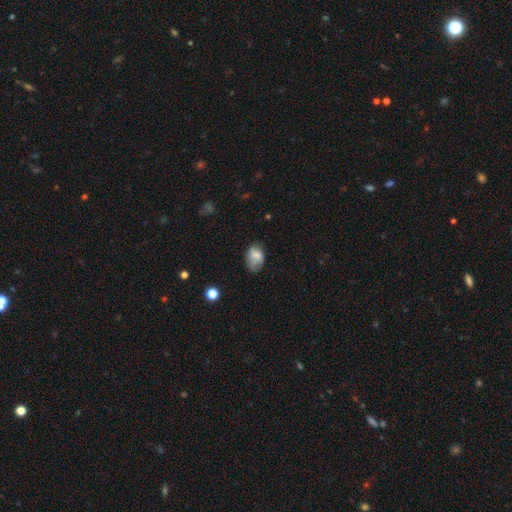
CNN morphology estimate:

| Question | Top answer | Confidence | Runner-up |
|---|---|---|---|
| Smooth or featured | smooth | 73% | featured or disk (18%) |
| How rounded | in between | 78% | round (21%) |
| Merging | none | 51% | minor disturbance (34%) |